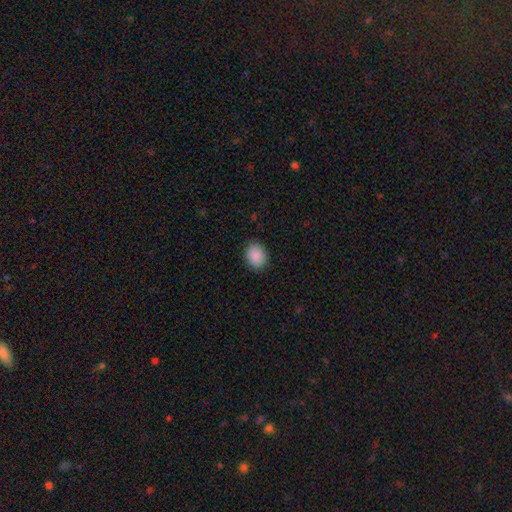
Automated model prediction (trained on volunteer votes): Q: Smooth or featured?
A: smooth (90%); runner-up: star or artifact (8%)
Q: How rounded?
A: round (51%); runner-up: in between (48%)
Q: Merging?
A: none (88%); runner-up: minor disturbance (9%)